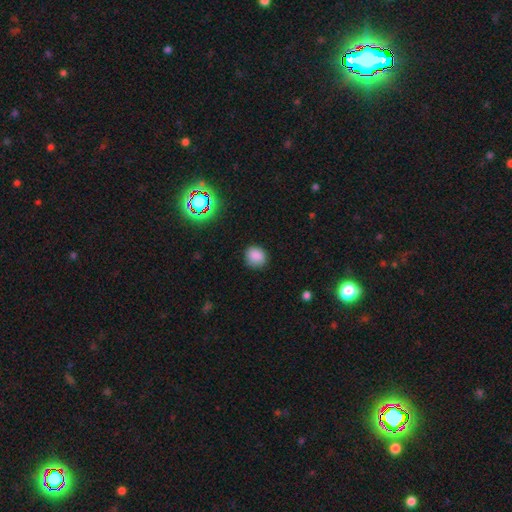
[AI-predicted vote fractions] Overall: smooth (85%). How rounded: round (80%). Merging: none (85%).